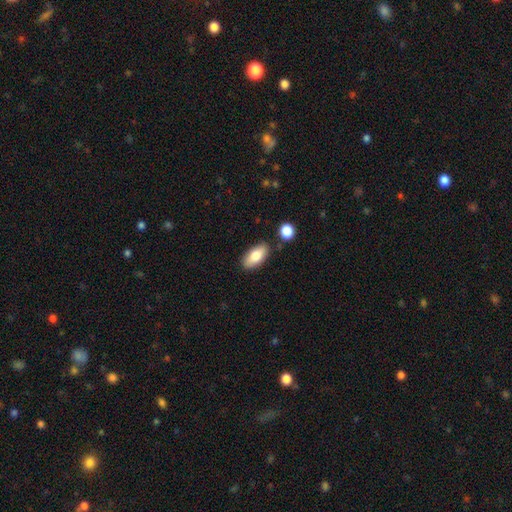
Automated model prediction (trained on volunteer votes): Morphology: type=smooth (80%); roundness=in between (88%); merging=none (82%).